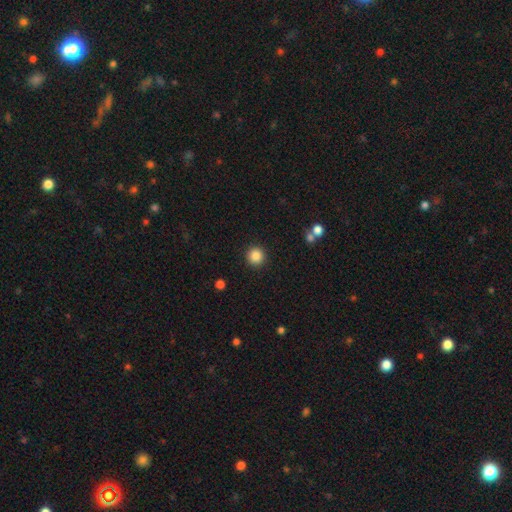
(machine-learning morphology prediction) This is clearly a smooth galaxy (86%). How rounded: clearly round (95%). Merging: clearly none (92%).